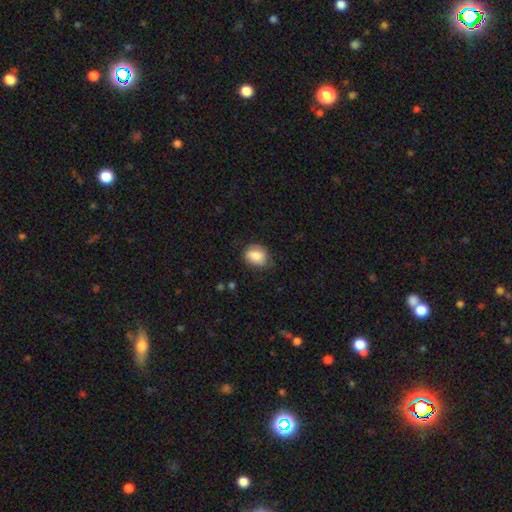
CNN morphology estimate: Smooth or featured? Predicted: smooth (p=0.83). How rounded? Predicted: in between (p=0.64). Merging? Predicted: none (p=0.68).